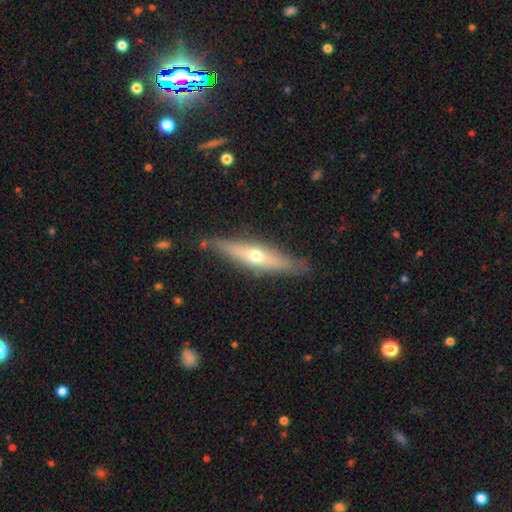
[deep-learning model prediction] A featured or disk galaxy (58%) viewed edge-on (88%) with a rounded central bulge (87%).

Vote fractions:
- Smooth or featured? featured or disk: 58% / smooth: 35% / star or artifact: 6%
- Edge-on disk? yes: 88% / no: 12%
- Edge-on bulge? rounded: 87% / none: 10% / boxy: 3%
- Merging? none: 84% / minor disturbance: 11% / major disturbance: 3% / merger: 2%